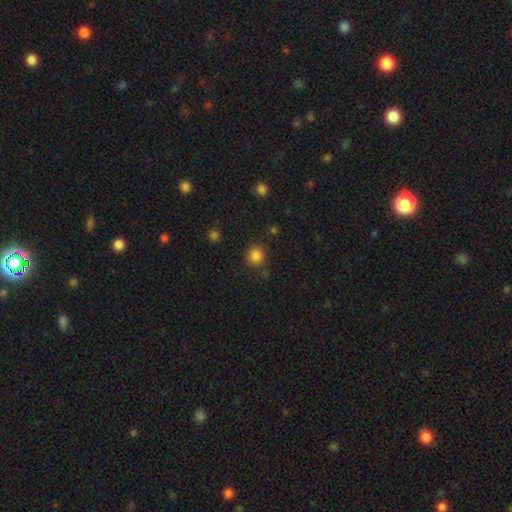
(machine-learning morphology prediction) Smooth or featured? smooth (84%)
How rounded? round (88%)
Merging? none (81%)